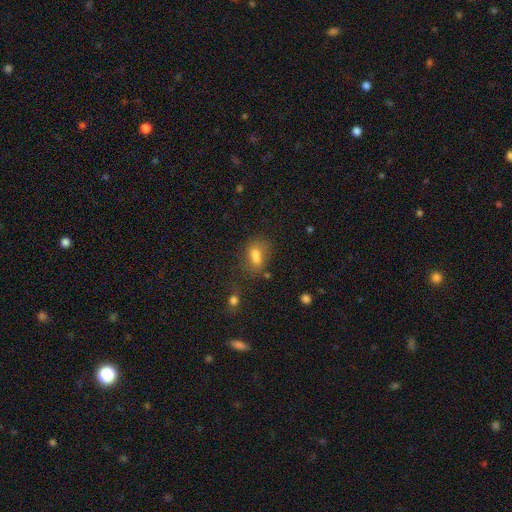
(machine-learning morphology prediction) smooth-or-featured: smooth: 70% | featured or disk: 16% | star or artifact: 14%
  how-rounded: in between: 70% | round: 26% | cigar-shaped: 4%
  merging: merger: 40% | none: 34% | minor disturbance: 16% | major disturbance: 11%